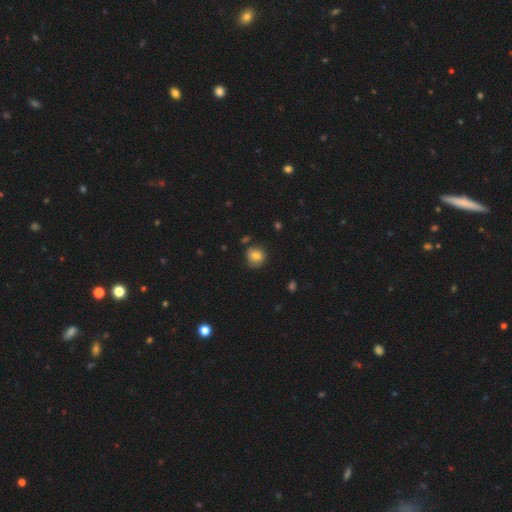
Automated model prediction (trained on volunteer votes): Morphology: type=smooth (80%); roundness=round (85%); merging=none (78%).